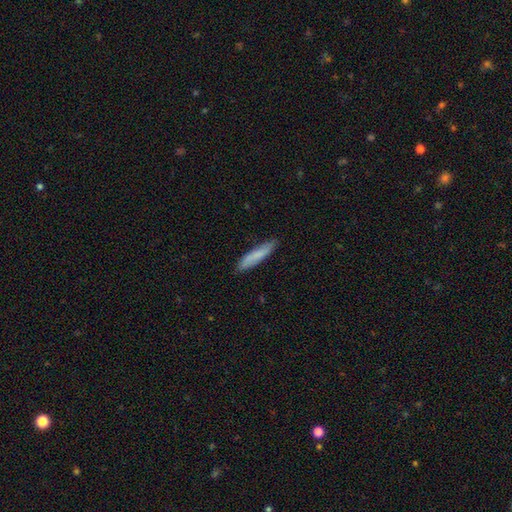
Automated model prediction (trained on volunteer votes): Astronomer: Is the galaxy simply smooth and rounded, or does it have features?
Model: smooth — 75%.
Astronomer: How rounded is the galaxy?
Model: cigar-shaped — 87%.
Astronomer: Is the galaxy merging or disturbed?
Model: none — 85%.